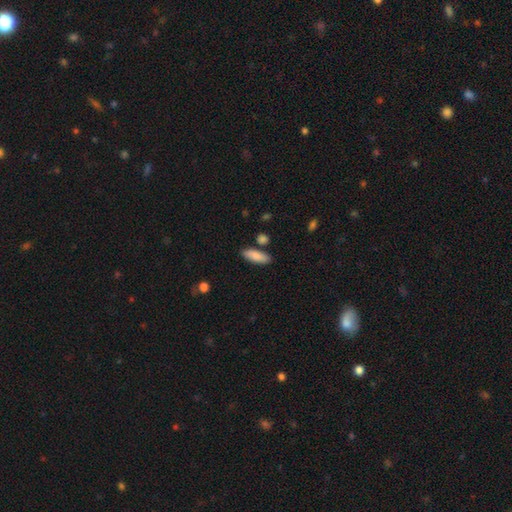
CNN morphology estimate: A smooth galaxy with no disk features (86%) that is in between round and cigar-shaped (61%).

Vote fractions:
- Smooth or featured? smooth: 86% / featured or disk: 8% / star or artifact: 6%
- How rounded? in between: 61% / cigar-shaped: 37% / round: 2%
- Merging? none: 82% / minor disturbance: 10% / merger: 5% / major disturbance: 2%